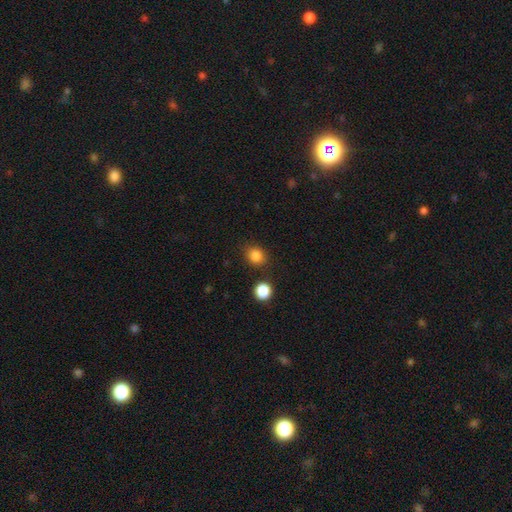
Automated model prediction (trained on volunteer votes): smooth-or-featured: smooth: 84% | star or artifact: 12% | featured or disk: 4%
  how-rounded: round: 75% | in between: 24% | cigar-shaped: 1%
  merging: none: 83% | minor disturbance: 10% | merger: 4% | major disturbance: 3%